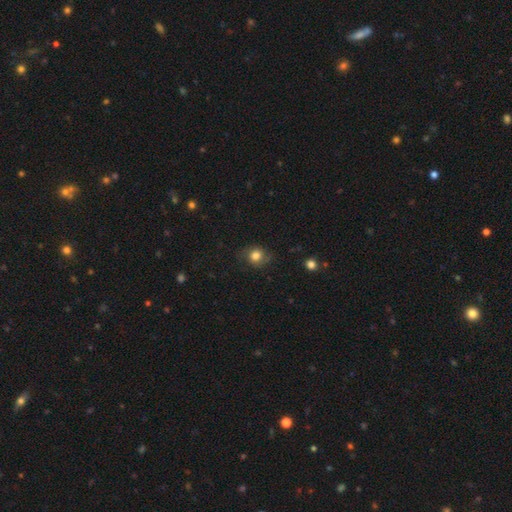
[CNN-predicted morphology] Smooth or featured: smooth — 76% (featured or disk — 14%)
How rounded: round — 73% (in between — 26%)
Merging: none — 70% (minor disturbance — 21%)